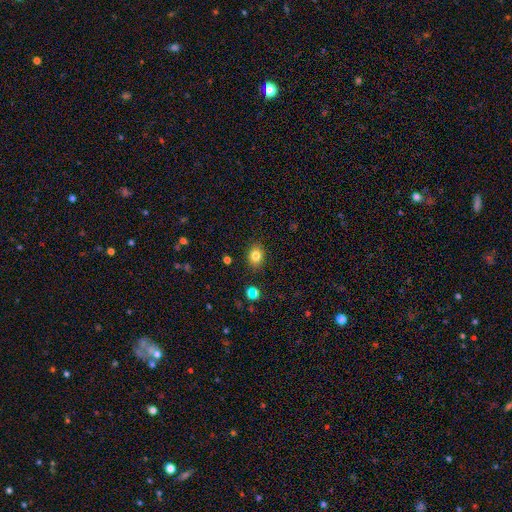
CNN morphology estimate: smooth 81%, star or artifact 11%, featured or disk 8%. Down the decision tree: how rounded — round (50%); merging — none (86%).